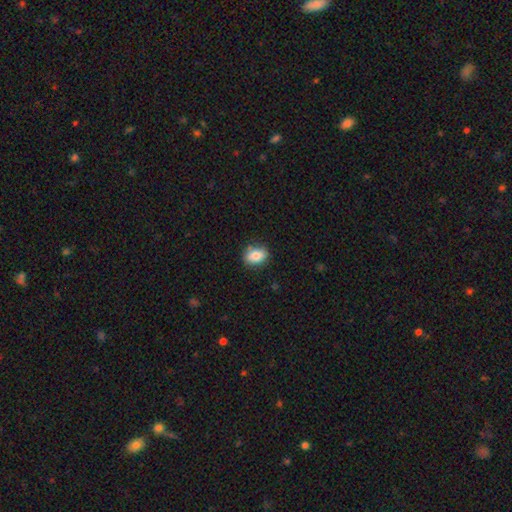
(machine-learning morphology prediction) Q: Smooth or featured?
A: smooth (82%); runner-up: featured or disk (10%)
Q: How rounded?
A: in between (73%); runner-up: round (26%)
Q: Merging?
A: none (81%); runner-up: minor disturbance (14%)